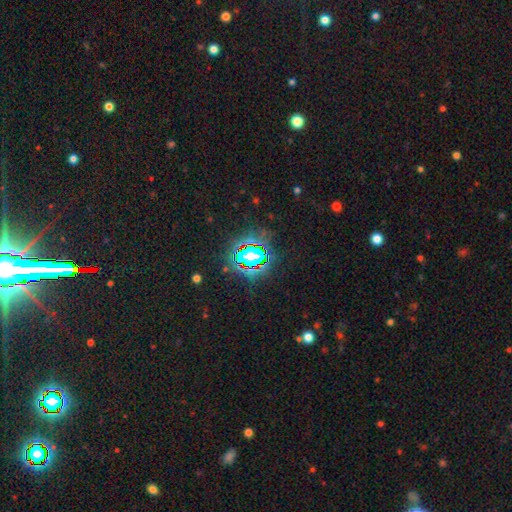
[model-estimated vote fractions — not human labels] This is likely a star or artifact rather than a galaxy (77%).